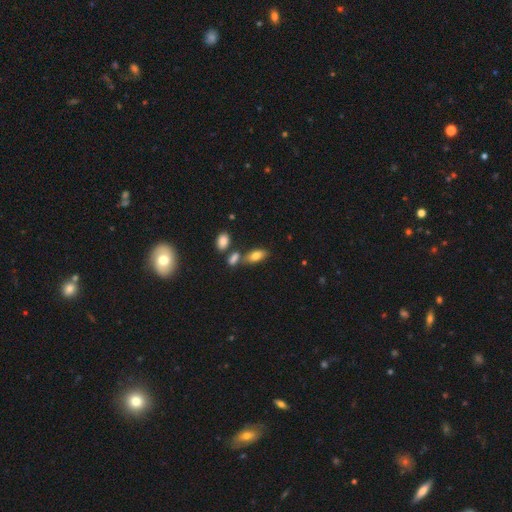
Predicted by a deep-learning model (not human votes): This appears to be a smooth galaxy with no disk features (77%) that is in between round and cigar-shaped (86%). Merging: none (62%).